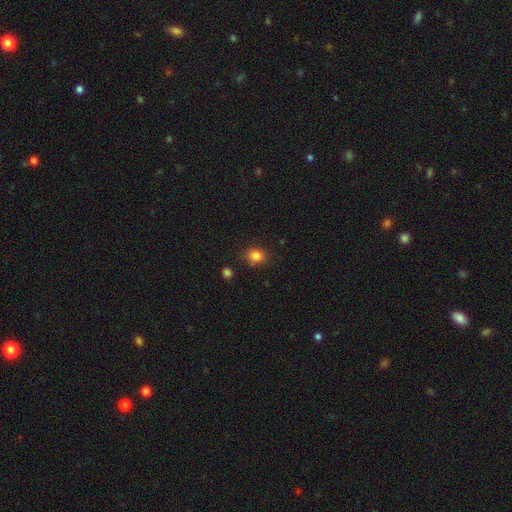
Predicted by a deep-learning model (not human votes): smooth-or-featured: smooth: 84% | star or artifact: 12% | featured or disk: 5%
  how-rounded: round: 69% | in between: 30% | cigar-shaped: 1%
  merging: none: 81% | minor disturbance: 13% | major disturbance: 3% | merger: 3%